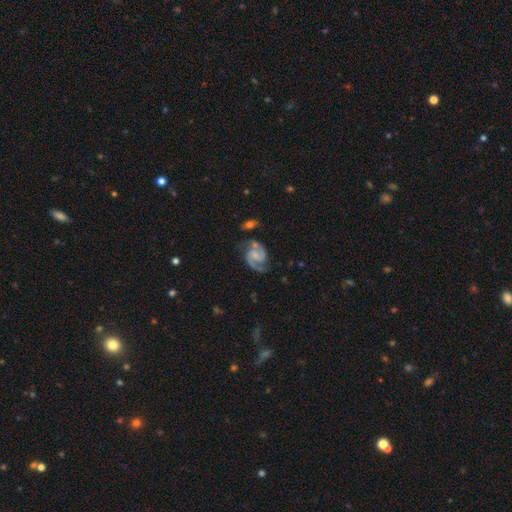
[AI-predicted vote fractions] featured or disk 90%, smooth 5%, star or artifact 5%. Down the decision tree: edge-on disk — no (98%); bar — no (51%); spiral arms — yes (98%); spiral arm count — 2 (92%); spiral winding — medium (58%); bulge size — small (47%); merging — none (69%).